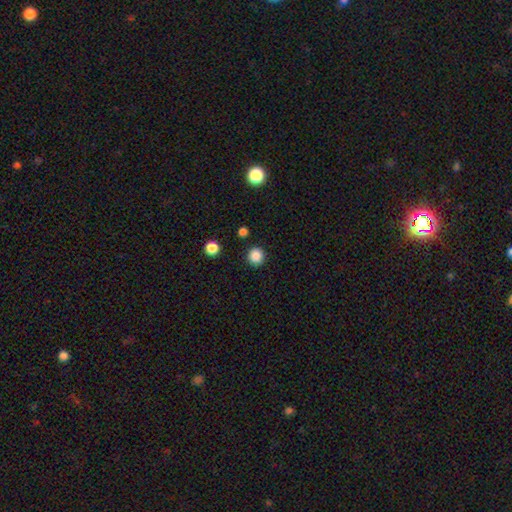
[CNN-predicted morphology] This is clearly a smooth galaxy (86%). How rounded: clearly round (93%). Merging: clearly none (91%).